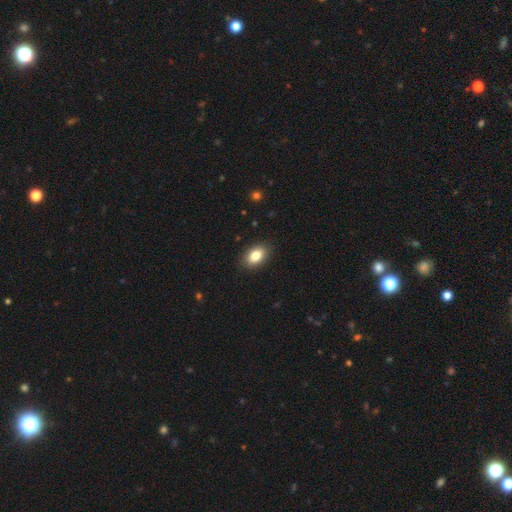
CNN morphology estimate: Q: Smooth or featured?
A: smooth (83%); runner-up: featured or disk (9%)
Q: How rounded?
A: in between (88%); runner-up: round (10%)
Q: Merging?
A: none (88%); runner-up: minor disturbance (9%)